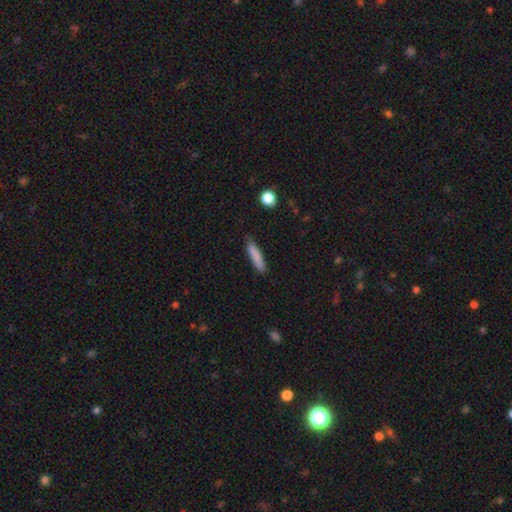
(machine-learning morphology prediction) The model was most divided on "how rounded": cigar-shaped: 83%, in between: 16%, round: 2%. More confident: smooth or featured — smooth (84%); merging — none (83%).